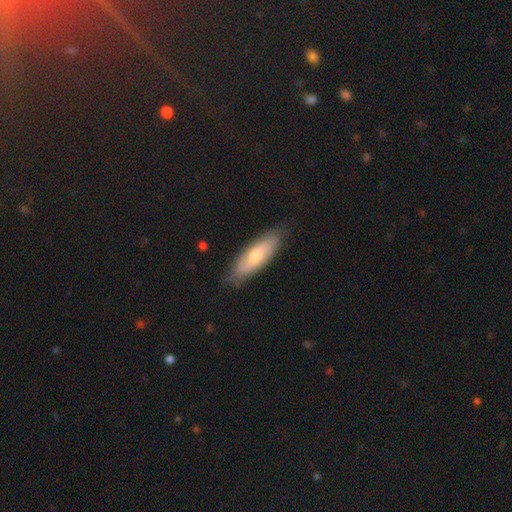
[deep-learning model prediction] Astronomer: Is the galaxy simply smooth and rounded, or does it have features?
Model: smooth — 51% (runner-up: featured or disk, 43%).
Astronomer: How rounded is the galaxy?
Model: in between — 60% (runner-up: cigar-shaped, 37%).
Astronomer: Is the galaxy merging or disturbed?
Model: none — 81%.